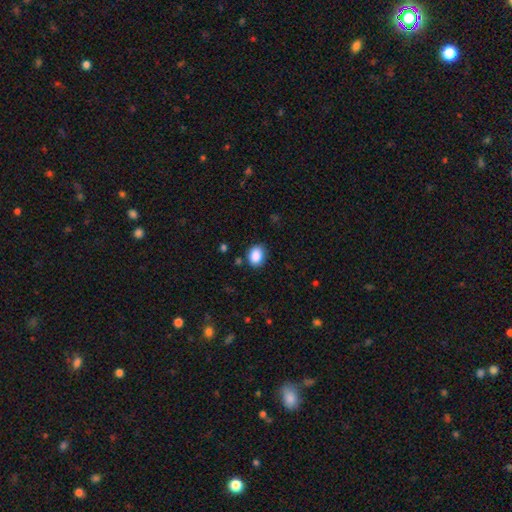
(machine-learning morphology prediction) Smooth or featured?
  - smooth: 88% *
  - star or artifact: 8%
  - featured or disk: 4%
How rounded?
  - in between: 56% *
  - round: 43%
  - cigar-shaped: 1%
Merging?
  - none: 81% *
  - minor disturbance: 14%
  - major disturbance: 3%
  - merger: 2%